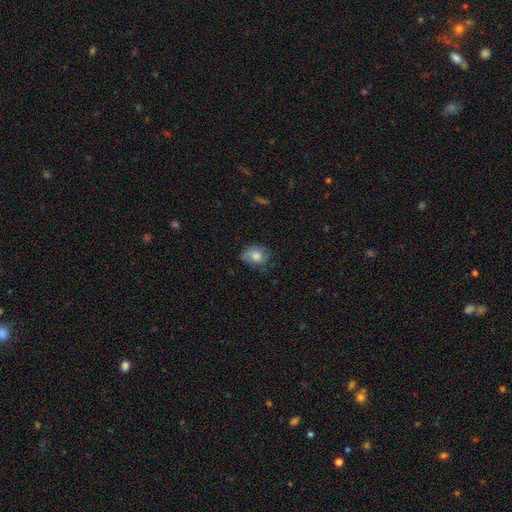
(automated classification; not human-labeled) smooth 68%, featured or disk 23%, star or artifact 9%. Down the decision tree: how rounded — in between (60%); merging — none (57%).